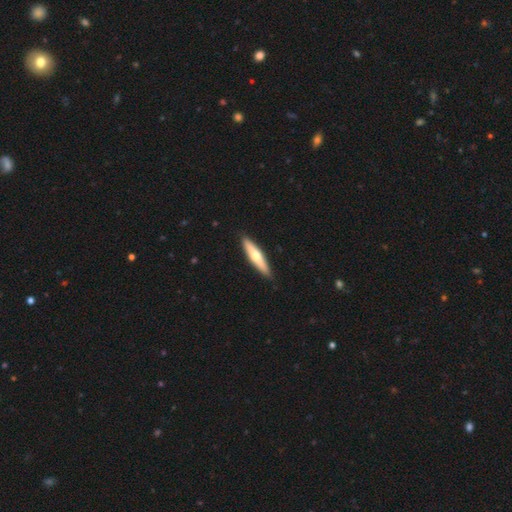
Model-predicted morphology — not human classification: Smooth or featured: smooth — 52% (featured or disk — 43%)
How rounded: cigar-shaped — 84% (in between — 15%)
Merging: none — 90% (minor disturbance — 8%)